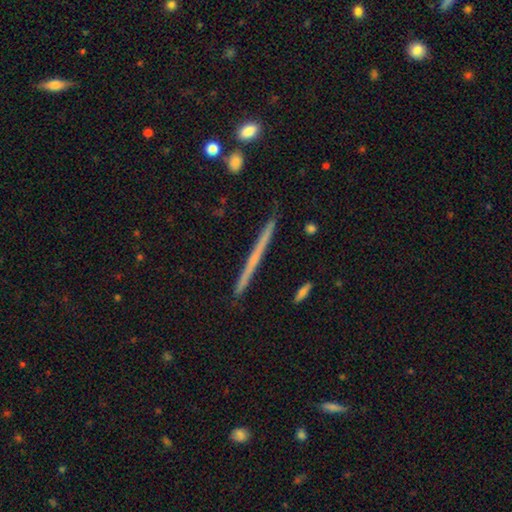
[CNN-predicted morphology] type=featured or disk (58%); edge-on=yes (98%); edge-on bulge=none (84%); merging=none (92%).